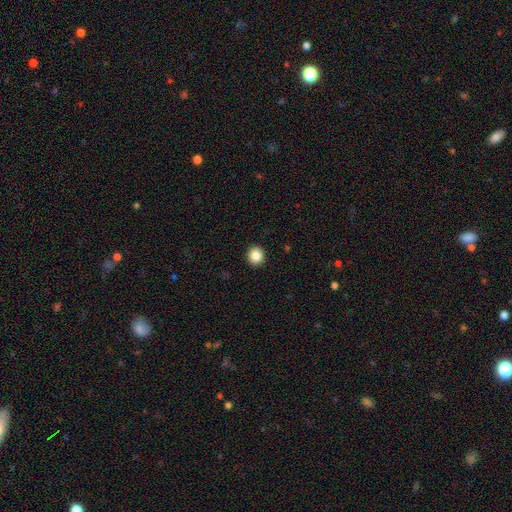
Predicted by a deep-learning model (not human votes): Smooth or featured? Predicted: smooth (p=0.86). How rounded? Predicted: round (p=0.89). Merging? Predicted: none (p=0.93).